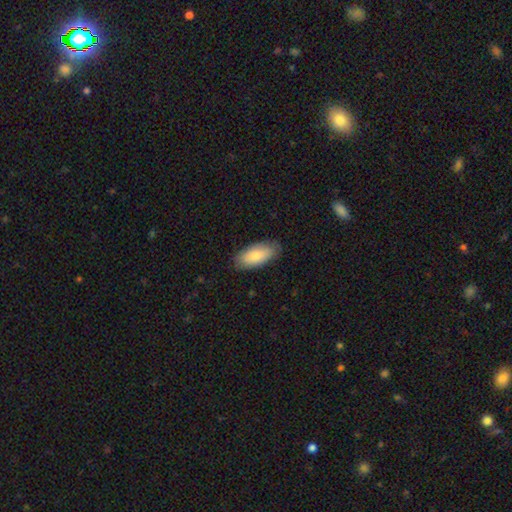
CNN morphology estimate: Q: Smooth or featured?
A: smooth (77%); runner-up: featured or disk (17%)
Q: How rounded?
A: in between (90%); runner-up: cigar-shaped (7%)
Q: Merging?
A: none (83%); runner-up: minor disturbance (14%)